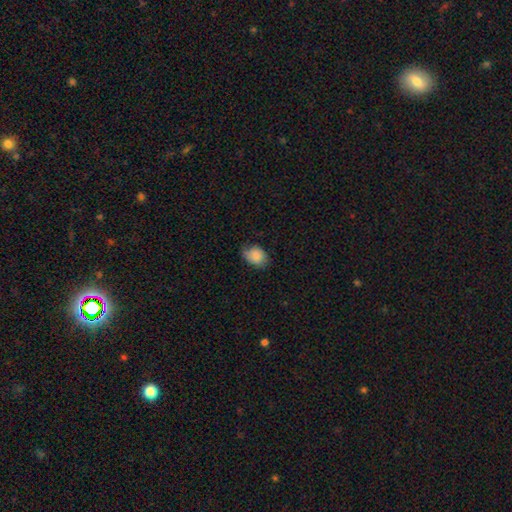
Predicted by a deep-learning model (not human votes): A smooth galaxy with no disk features (84%) that is in between round and cigar-shaped (66%). Merging: none (62%).